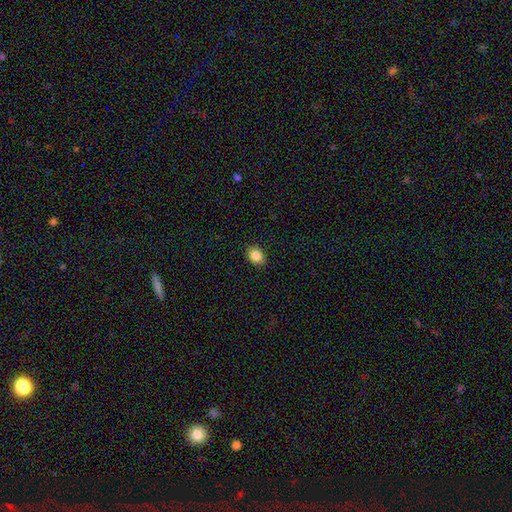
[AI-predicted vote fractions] smooth 87%, star or artifact 9%, featured or disk 5%. Down the decision tree: how rounded — in between (66%); merging — none (89%).